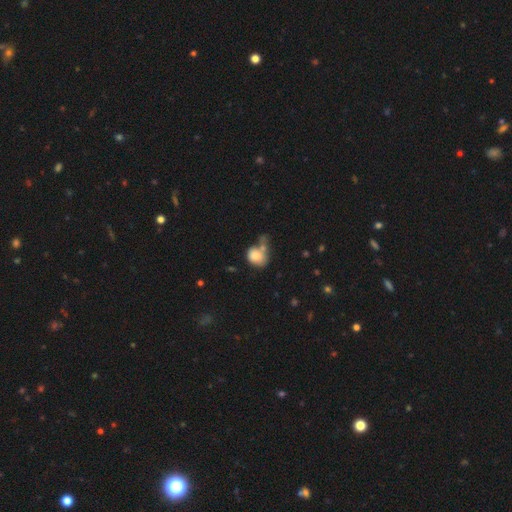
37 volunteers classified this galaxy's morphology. Smooth or featured: smooth — 78% (featured or disk — 14%)
How rounded: in between — 69% (round — 31%)
Merging: merger — 47% (major disturbance — 24%)